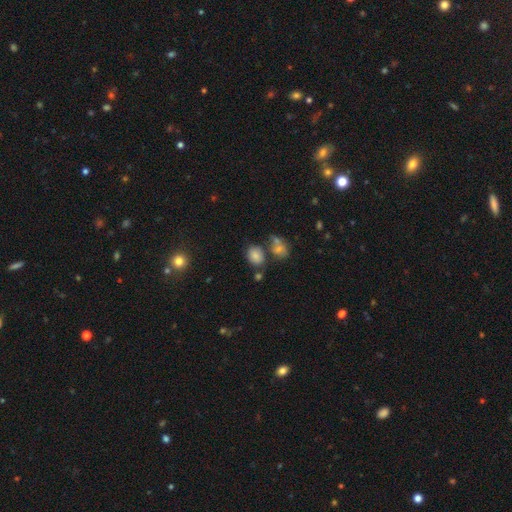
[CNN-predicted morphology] smooth-or-featured: smooth: 80% | star or artifact: 12% | featured or disk: 9%
  how-rounded: in between: 63% | round: 36% | cigar-shaped: 1%
  merging: none: 60% | merger: 20% | minor disturbance: 15% | major disturbance: 5%